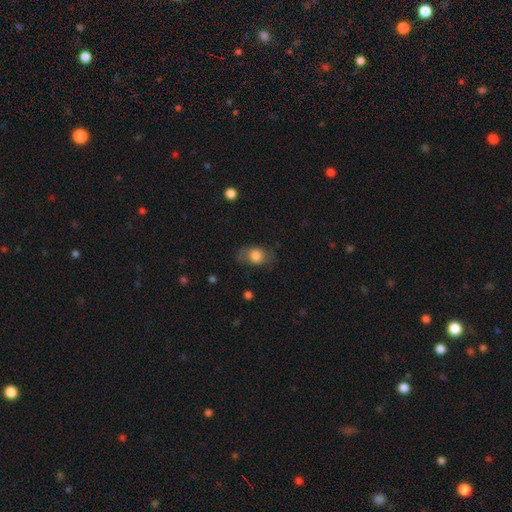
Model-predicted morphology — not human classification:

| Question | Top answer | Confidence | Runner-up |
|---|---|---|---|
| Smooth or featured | smooth | 69% | featured or disk (23%) |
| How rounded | in between | 67% | round (31%) |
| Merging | none | 69% | minor disturbance (20%) |